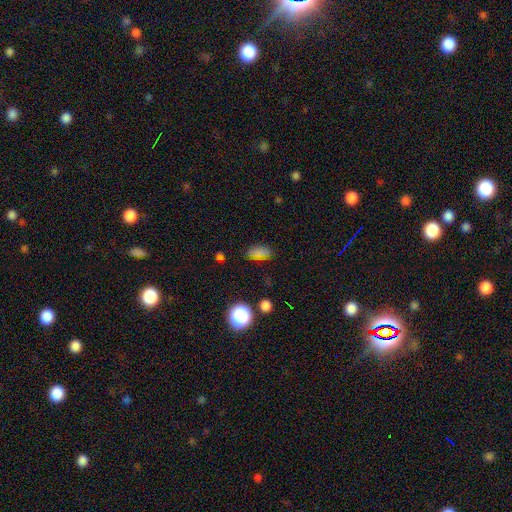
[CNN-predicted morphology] A smooth galaxy with no disk features (67%) that is in between round and cigar-shaped (71%).

Vote fractions:
- Smooth or featured? smooth: 67% / star or artifact: 22% / featured or disk: 11%
- How rounded? in between: 71% / round: 15% / cigar-shaped: 14%
- Merging? none: 84% / minor disturbance: 11% / major disturbance: 3% / merger: 2%